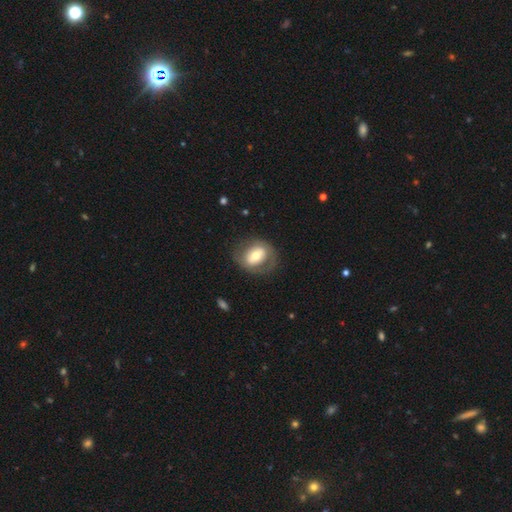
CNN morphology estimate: Q: Smooth or featured?
A: featured or disk (47%); runner-up: smooth (46%)
Q: Merging?
A: none (68%); runner-up: minor disturbance (18%)